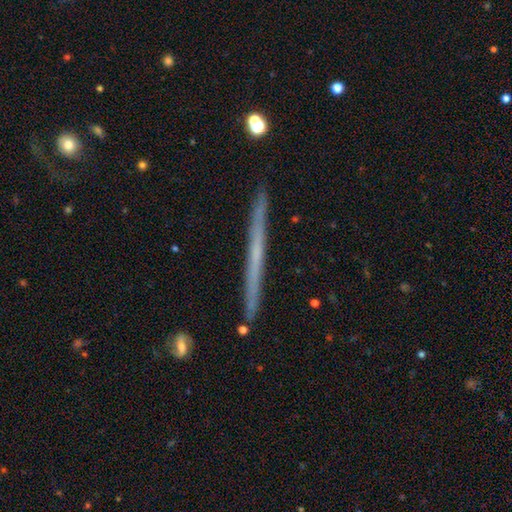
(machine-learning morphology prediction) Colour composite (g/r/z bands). It shows a featured or disk galaxy (60%) viewed edge-on (98%) with no central bulge (86%). Merging: none (92%).